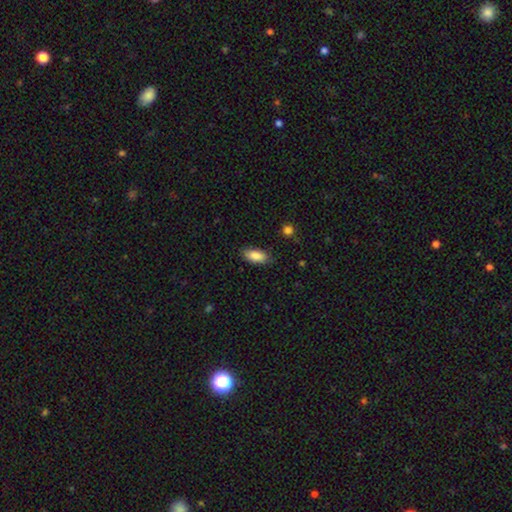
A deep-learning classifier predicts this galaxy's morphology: Smooth or featured: smooth — 86% (featured or disk — 8%)
How rounded: in between — 88% (cigar-shaped — 10%)
Merging: none — 85% (minor disturbance — 12%)